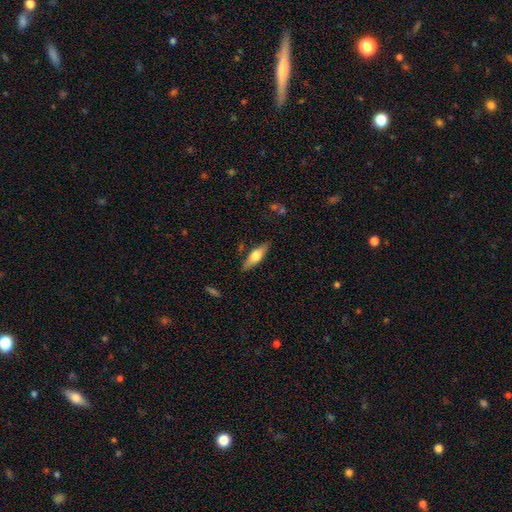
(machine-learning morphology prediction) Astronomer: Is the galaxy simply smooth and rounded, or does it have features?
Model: smooth — 56% (runner-up: featured or disk, 38%).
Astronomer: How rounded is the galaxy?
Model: in between — 50% (runner-up: cigar-shaped, 48%).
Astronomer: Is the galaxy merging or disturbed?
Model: none — 83%.